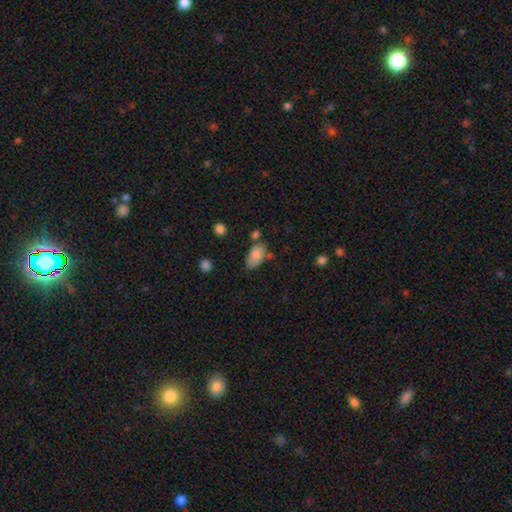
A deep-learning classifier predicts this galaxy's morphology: This appears to be a smooth galaxy with no disk features (79%) that is in between round and cigar-shaped (91%). Merging: none (48%).